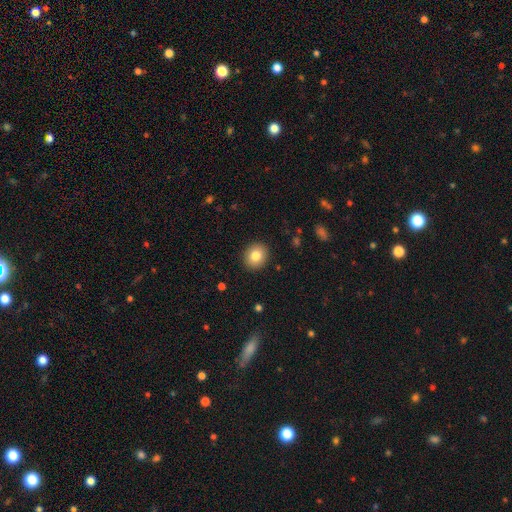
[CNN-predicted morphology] This is clearly a smooth galaxy (81%). How rounded: likely round (75%). Merging: clearly none (91%).